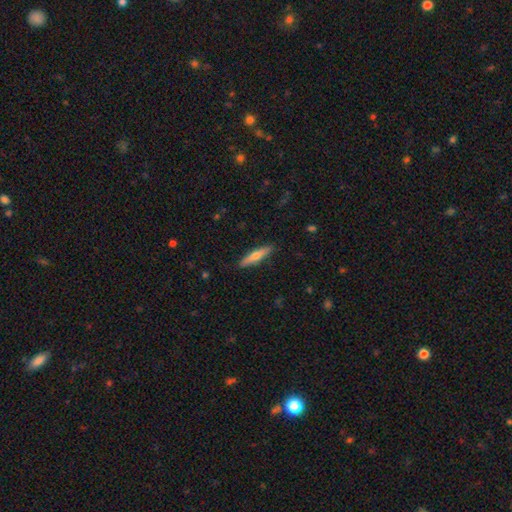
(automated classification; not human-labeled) This is possibly a smooth galaxy (49%). Merging: clearly none (90%).